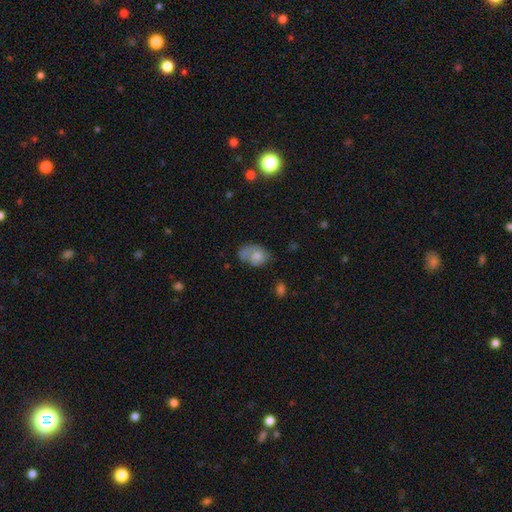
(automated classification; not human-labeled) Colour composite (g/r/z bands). It shows a smooth galaxy with no disk features (63%) that is in between round and cigar-shaped (78%). Merging: none (39%).